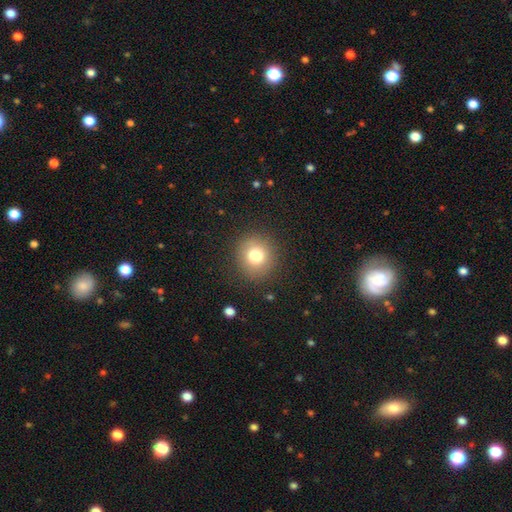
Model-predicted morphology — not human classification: smooth_or_featured: smooth (p=0.77) [alt: star or artifact p=0.12]
how_rounded: round (p=0.92) [alt: in between p=0.07]
merging: none (p=0.89) [alt: minor disturbance p=0.07]